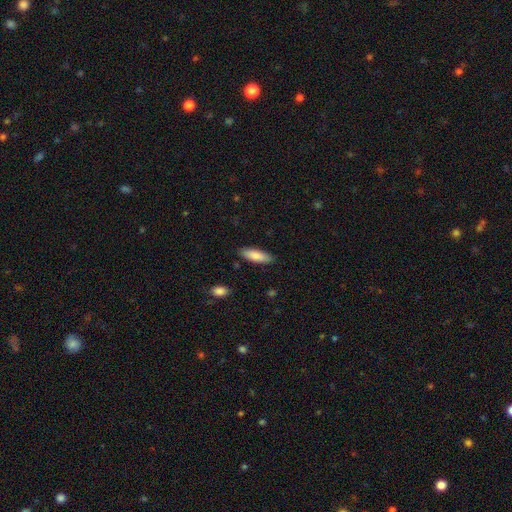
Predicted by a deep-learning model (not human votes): Overall: smooth (84%). How rounded: in between (58%; cigar-shaped 40%). Merging: none (87%).